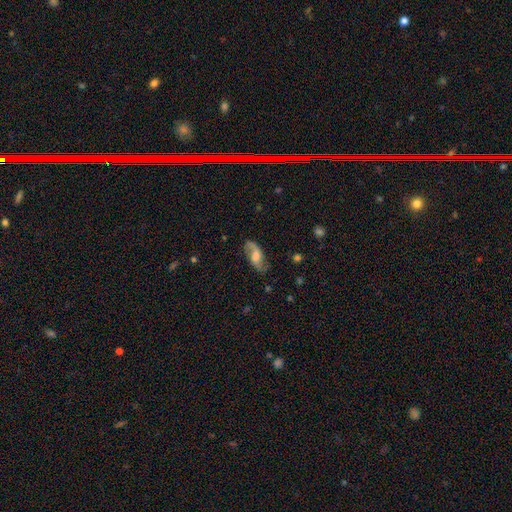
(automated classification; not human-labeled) Smooth or featured: featured or disk — 76% (smooth — 18%)
Edge-on disk: no — 94% (yes — 6%)
Bar: no — 45% (weak — 43%)
Spiral arms: yes — 94% (no — 6%)
Spiral winding: loose — 64% (medium — 29%)
Spiral arm count: 2 — 90% (1 — 4%)
Bulge size: moderate — 48% (small — 22%)
Merging: none — 78% (minor disturbance — 15%)